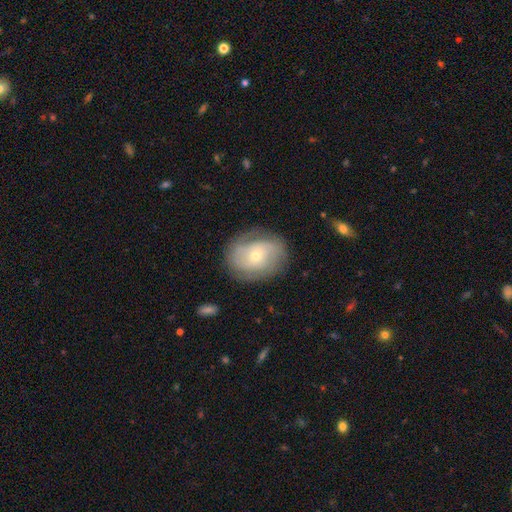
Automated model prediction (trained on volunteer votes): Smooth or featured?
  - featured or disk: 67% *
  - smooth: 26%
  - star or artifact: 7%
Edge-on disk?
  - no: 97% *
  - yes: 3%
Bar?
  - no: 74% *
  - weak: 21%
  - strong: 5%
Spiral arms?
  - yes: 83% *
  - no: 17%
Spiral winding?
  - tight: 54% *
  - medium: 33%
  - loose: 13%
Spiral arm count?
  - 2: 41% *
  - can't tell: 33%
  - 3: 14%
  - 4: 5%
  - 1: 5%
  - more than 4: 3%
Bulge size?
  - small: 62% *
  - moderate: 34%
  - large: 2%
  - none: 1%
  - dominant: 1%
Merging?
  - none: 74% *
  - minor disturbance: 17%
  - major disturbance: 7%
  - merger: 1%